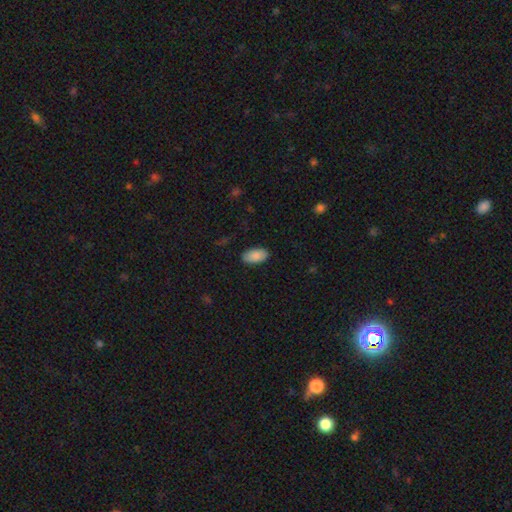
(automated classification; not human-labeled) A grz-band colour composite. It shows a smooth galaxy with no disk features (88%) that is in between round and cigar-shaped (96%). Merging: none (87%).